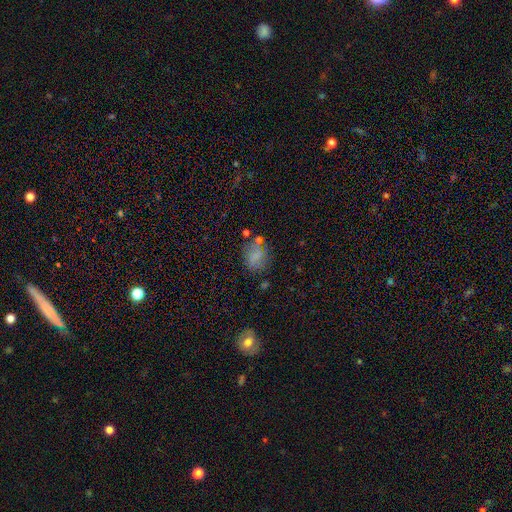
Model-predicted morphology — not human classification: This appears to be a smooth galaxy with no disk features (69%) that is in between round and cigar-shaped (51%). Merging: none (61%).